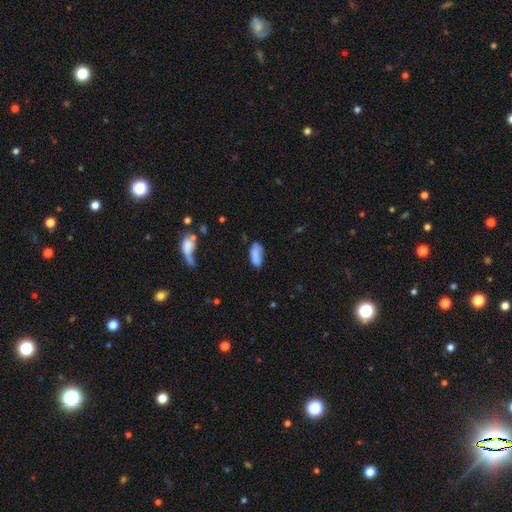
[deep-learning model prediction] Morphology: type=smooth (74%); roundness=in between (85%); merging=none (40%).